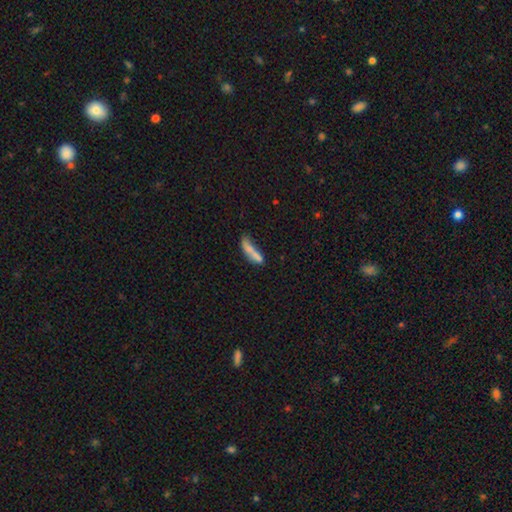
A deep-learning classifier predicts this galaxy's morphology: A smooth galaxy with no disk features (69%) that is cigar-shaped (68%). Merging: none (38%).